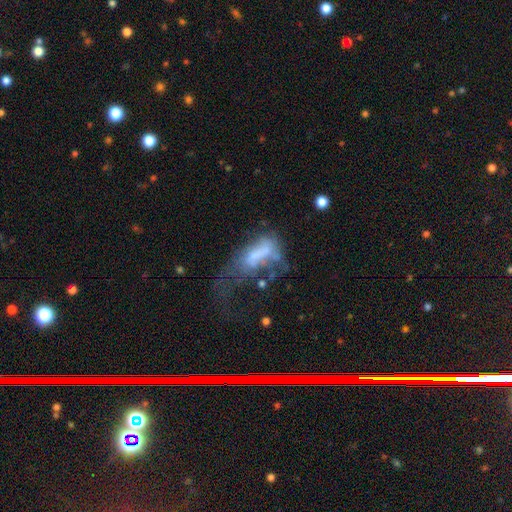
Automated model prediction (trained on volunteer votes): Smooth or featured? smooth (46%)
Merging? major disturbance (57%)